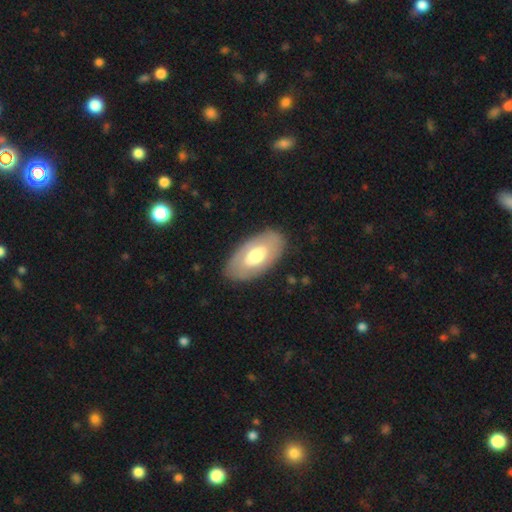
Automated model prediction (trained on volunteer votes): Q: Smooth or featured?
A: smooth (51%); runner-up: featured or disk (44%)
Q: How rounded?
A: in between (94%); runner-up: round (4%)
Q: Merging?
A: none (84%); runner-up: minor disturbance (11%)